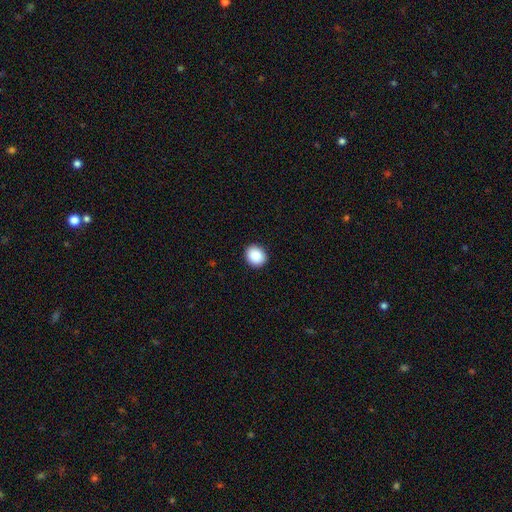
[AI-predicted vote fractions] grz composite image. It shows a smooth galaxy with no disk features (89%) that is round (68%). Merging: none (91%).